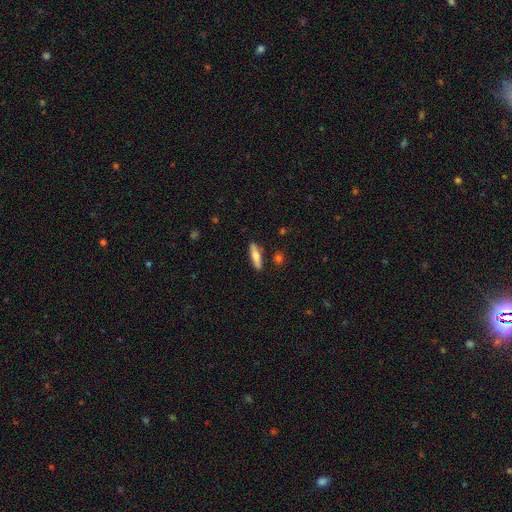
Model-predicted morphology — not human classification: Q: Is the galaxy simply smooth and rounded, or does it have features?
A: smooth — 63%.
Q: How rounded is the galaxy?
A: cigar-shaped — 68%.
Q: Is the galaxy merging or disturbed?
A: none — 86%.